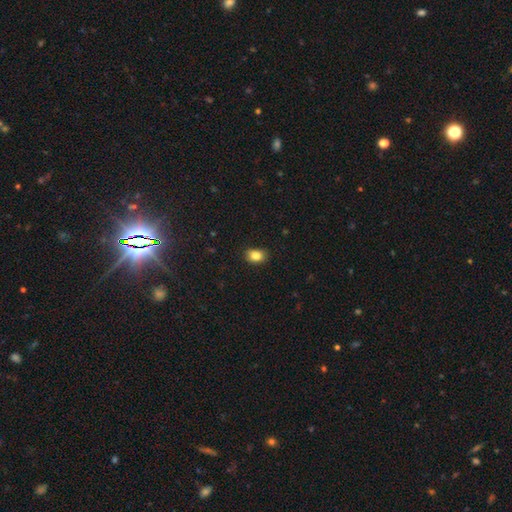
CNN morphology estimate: type=smooth (85%); roundness=in between (69%); merging=none (84%).